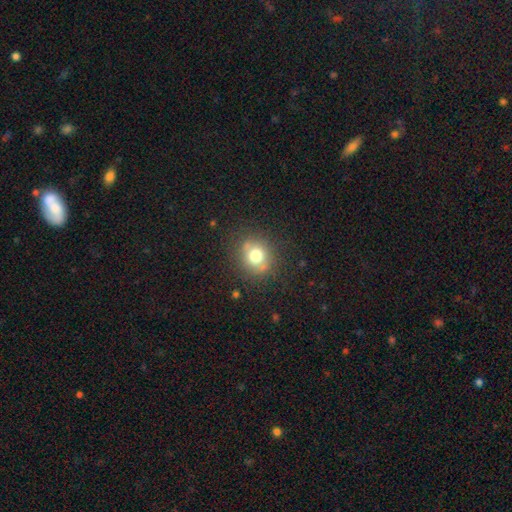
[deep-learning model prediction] A smooth galaxy with no disk features (71%) that is round (80%). Merging: none (79%).